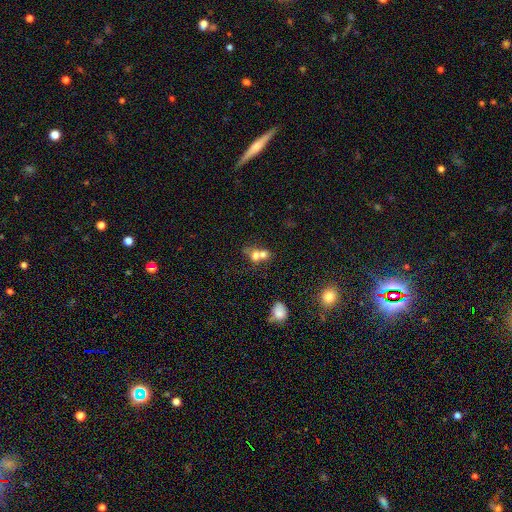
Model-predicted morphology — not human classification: Smooth or featured? smooth (67%)
How rounded? round (63%)
Merging? merger (68%)